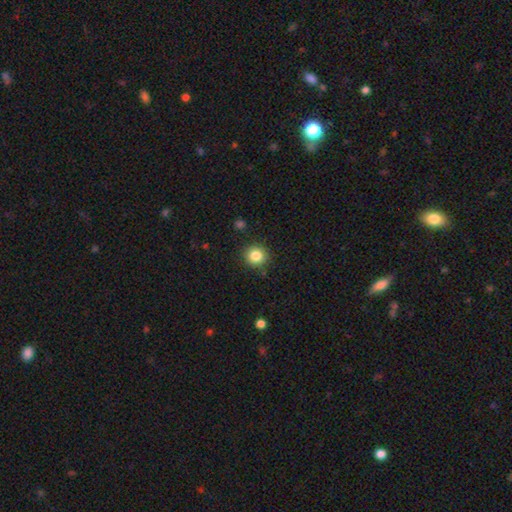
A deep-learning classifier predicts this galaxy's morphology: A smooth galaxy with no disk features (84%) that is round (90%).

Vote fractions:
- Smooth or featured? smooth: 84% / star or artifact: 11% / featured or disk: 5%
- How rounded? round: 90% / in between: 9% / cigar-shaped: 1%
- Merging? none: 88% / minor disturbance: 8% / major disturbance: 2% / merger: 2%